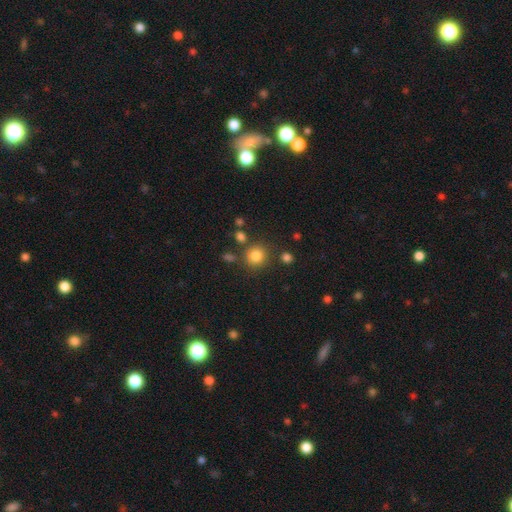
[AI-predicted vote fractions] Overall: smooth (82%). How rounded: round (88%). Merging: none (79%).